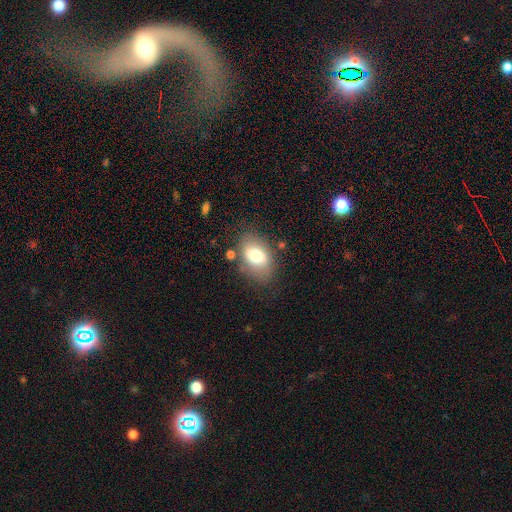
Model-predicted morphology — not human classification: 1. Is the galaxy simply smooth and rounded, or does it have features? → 74% smooth, 16% featured or disk, 10% star or artifact.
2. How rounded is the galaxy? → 85% in between, 14% round, 1% cigar-shaped.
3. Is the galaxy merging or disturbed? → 78% none, 15% minor disturbance, 4% major disturbance, 4% merger.